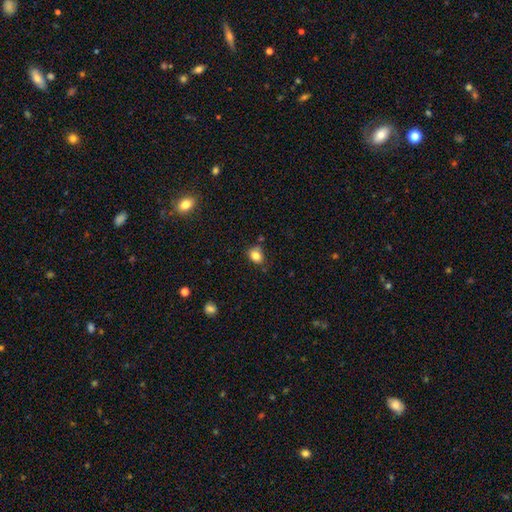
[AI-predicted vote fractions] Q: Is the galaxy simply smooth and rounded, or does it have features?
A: smooth — 82%.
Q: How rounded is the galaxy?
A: in between — 53%.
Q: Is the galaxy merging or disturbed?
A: none — 71%.